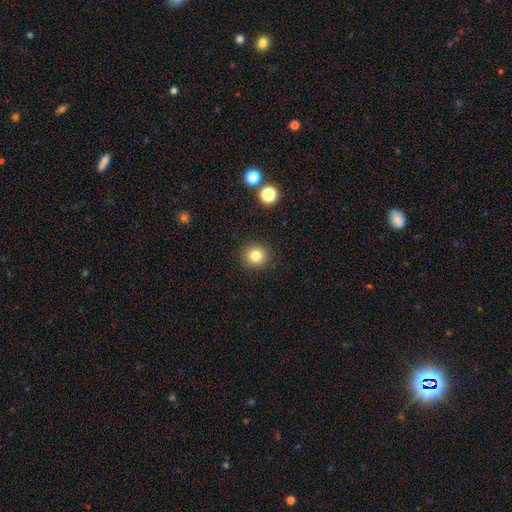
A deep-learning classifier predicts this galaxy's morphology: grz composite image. It shows a smooth galaxy with no disk features (82%) that is round (91%). Merging: none (91%).